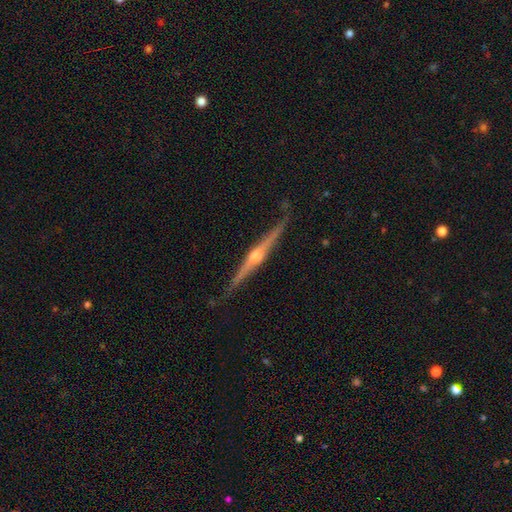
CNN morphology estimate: This is clearly a featured or disk galaxy (87%). It is clearly viewed edge-on (98%). Edge-on bulge: clearly rounded (90%). Merging: clearly none (87%).